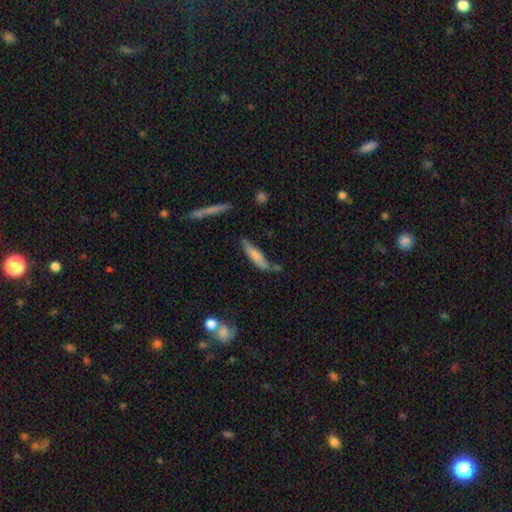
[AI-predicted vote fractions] Morphology: type=smooth (70%); roundness=cigar-shaped (77%); merging=none (59%).